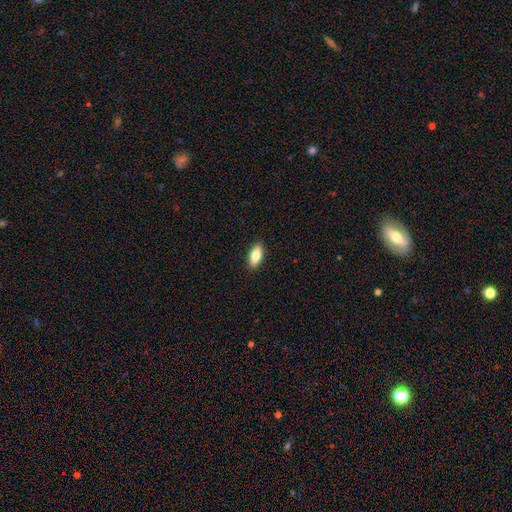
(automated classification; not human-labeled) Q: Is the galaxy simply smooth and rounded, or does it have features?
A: smooth — 82%.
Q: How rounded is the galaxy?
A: in between — 86%.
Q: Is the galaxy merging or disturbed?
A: none — 90%.